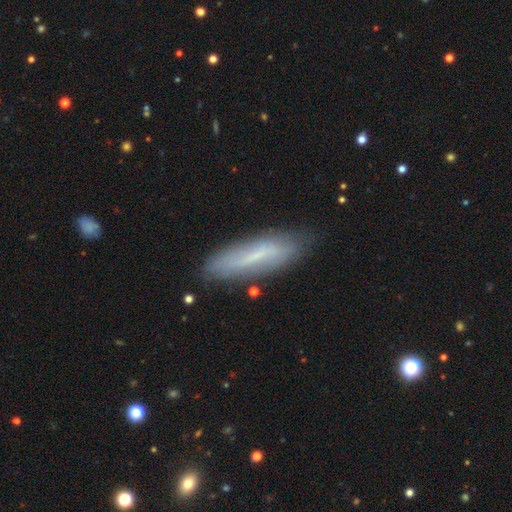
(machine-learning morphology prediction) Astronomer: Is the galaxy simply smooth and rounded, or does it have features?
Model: smooth — 51% (runner-up: featured or disk, 41%).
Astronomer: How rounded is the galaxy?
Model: cigar-shaped — 69%.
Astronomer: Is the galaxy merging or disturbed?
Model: none — 77%.